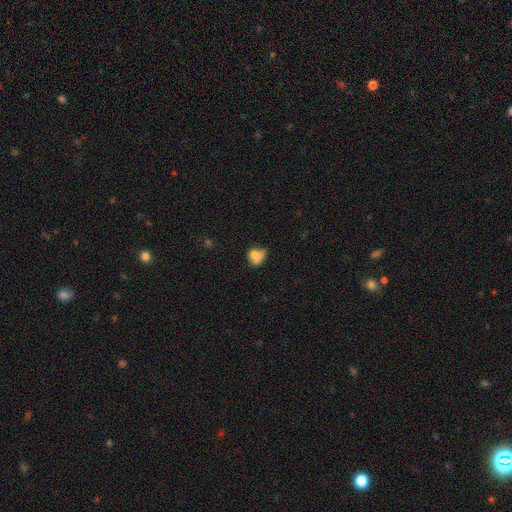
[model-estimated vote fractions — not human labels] This appears to be a smooth galaxy with no disk features (71%) that is in between round and cigar-shaped (50%). Merging: none (34%).